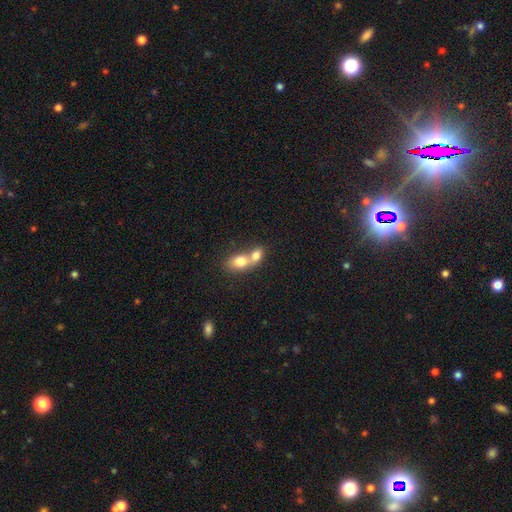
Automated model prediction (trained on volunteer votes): This is likely a smooth galaxy (76%). How rounded: likely in between (64%). Merging: likely merger (77%).